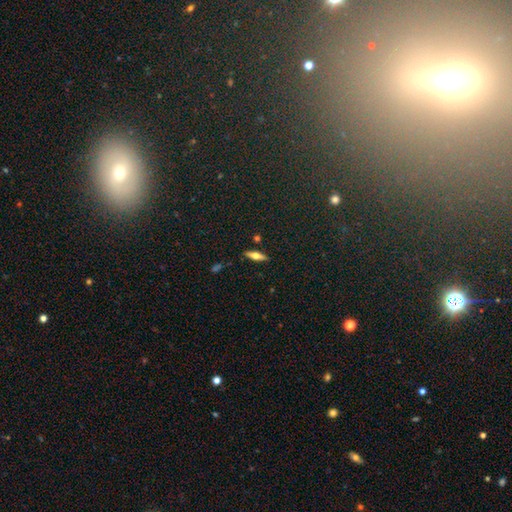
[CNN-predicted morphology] A smooth galaxy with no disk features (50%) that is cigar-shaped (54%). Merging: none (87%).